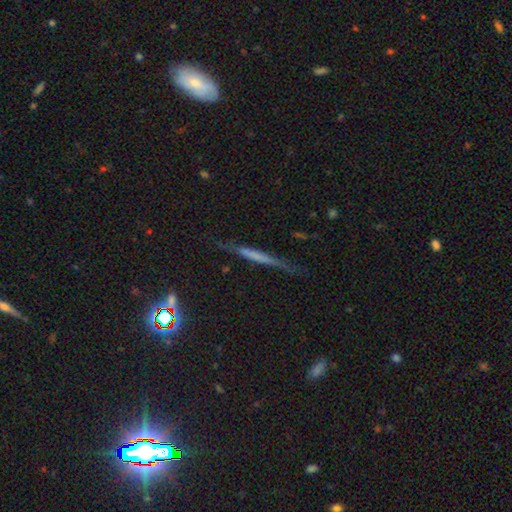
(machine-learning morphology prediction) A featured or disk galaxy (52%) viewed edge-on (92%).

Vote fractions:
- Smooth or featured? featured or disk: 52% / smooth: 35% / star or artifact: 13%
- Edge-on disk? yes: 92% / no: 8%
- Merging? none: 76% / minor disturbance: 17% / major disturbance: 5% / merger: 2%